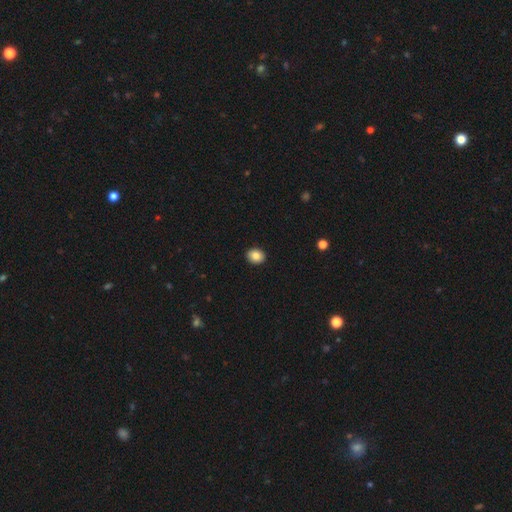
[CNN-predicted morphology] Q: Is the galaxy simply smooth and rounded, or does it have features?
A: smooth — 85%.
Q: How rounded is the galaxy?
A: round — 55%.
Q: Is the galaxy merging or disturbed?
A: none — 92%.